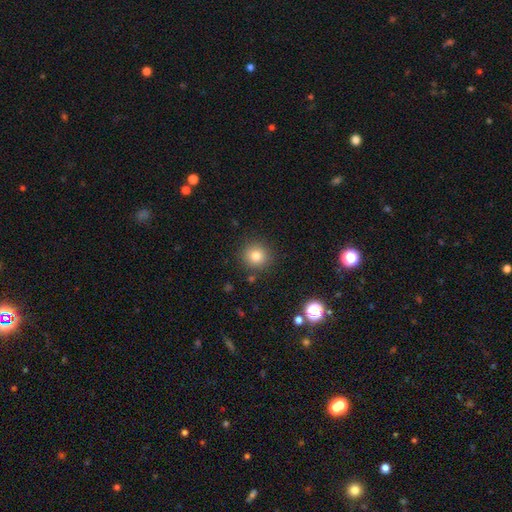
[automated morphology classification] smooth 80%, star or artifact 13%, featured or disk 8%. Down the decision tree: how rounded — round (92%); merging — none (89%).